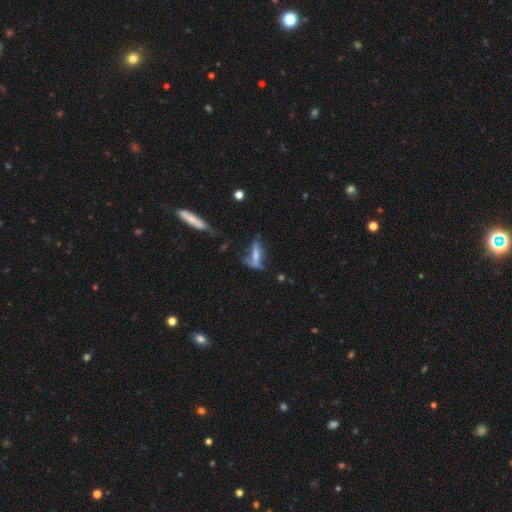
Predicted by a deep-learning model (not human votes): Smooth or featured? featured or disk (48%)
Merging? none (36%)